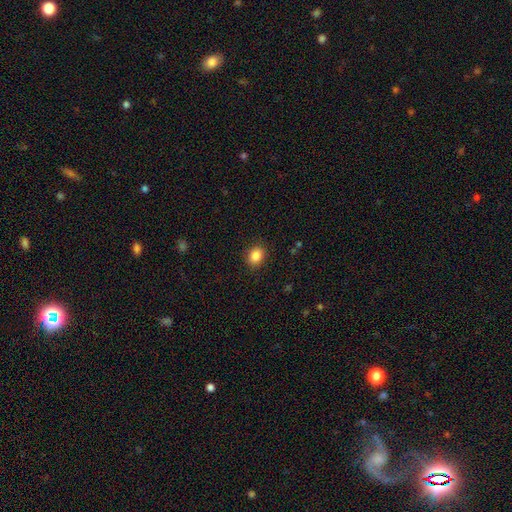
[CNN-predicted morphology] Smooth or featured? Predicted: smooth (p=0.86). How rounded? Predicted: in between (p=0.54). Merging? Predicted: none (p=0.89).